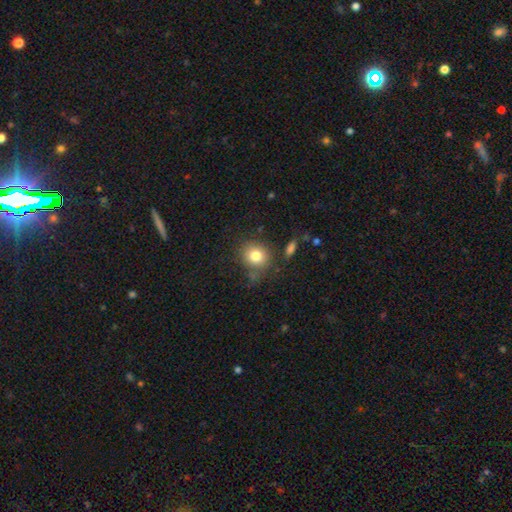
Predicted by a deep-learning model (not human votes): This is clearly a smooth galaxy (81%). How rounded: likely round (78%). Merging: likely none (72%).